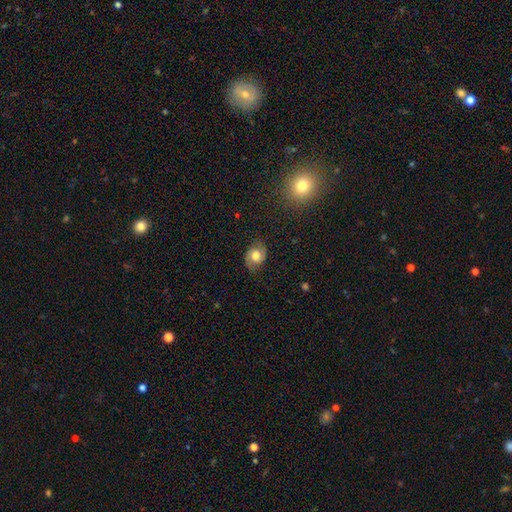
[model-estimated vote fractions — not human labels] Smooth or featured?
  - smooth: 47% *
  - featured or disk: 45%
  - star or artifact: 9%
Merging?
  - none: 78% *
  - minor disturbance: 16%
  - major disturbance: 5%
  - merger: 1%